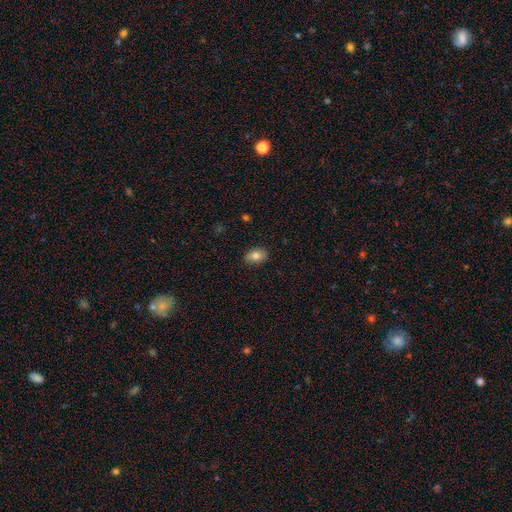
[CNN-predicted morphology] Smooth or featured?
  - smooth: 80% *
  - featured or disk: 12%
  - star or artifact: 8%
How rounded?
  - in between: 86% *
  - round: 13%
  - cigar-shaped: 2%
Merging?
  - none: 87% *
  - minor disturbance: 10%
  - major disturbance: 2%
  - merger: 1%